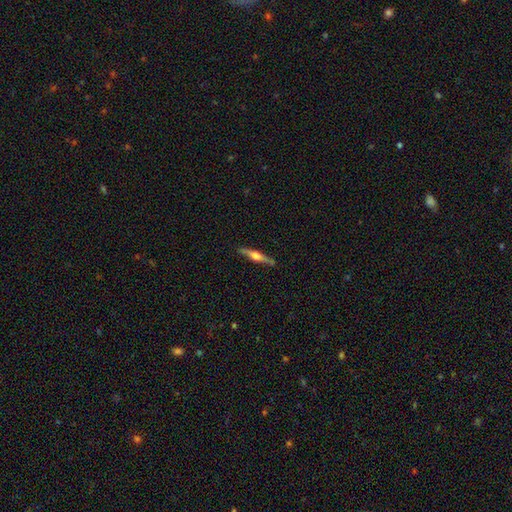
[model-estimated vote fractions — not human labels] Smooth or featured? featured or disk (69%)
Edge-on disk? yes (97%)
Edge-on bulge? rounded (88%)
Merging? none (87%)